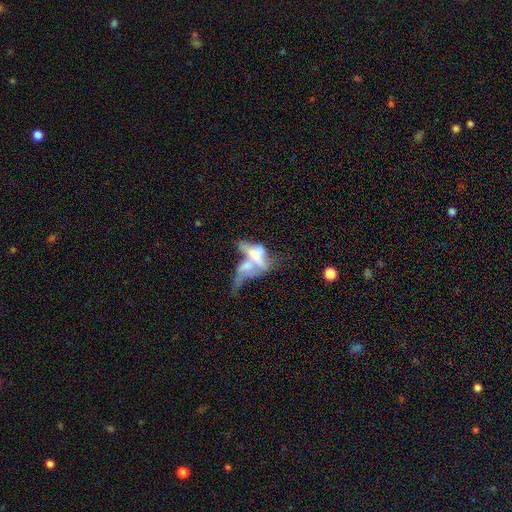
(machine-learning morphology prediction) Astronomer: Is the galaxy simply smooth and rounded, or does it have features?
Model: featured or disk — 52% (runner-up: smooth, 37%).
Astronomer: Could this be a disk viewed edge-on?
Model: no — 85%.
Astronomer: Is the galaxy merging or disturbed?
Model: merger — 67%.